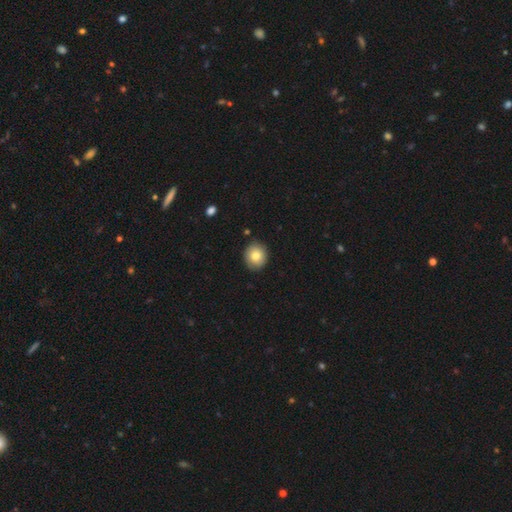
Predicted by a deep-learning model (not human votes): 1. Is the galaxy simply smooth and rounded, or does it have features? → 79% smooth, 12% featured or disk, 9% star or artifact.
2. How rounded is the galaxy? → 78% round, 22% in between, 1% cigar-shaped.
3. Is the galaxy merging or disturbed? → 87% none, 10% minor disturbance, 2% major disturbance, 1% merger.